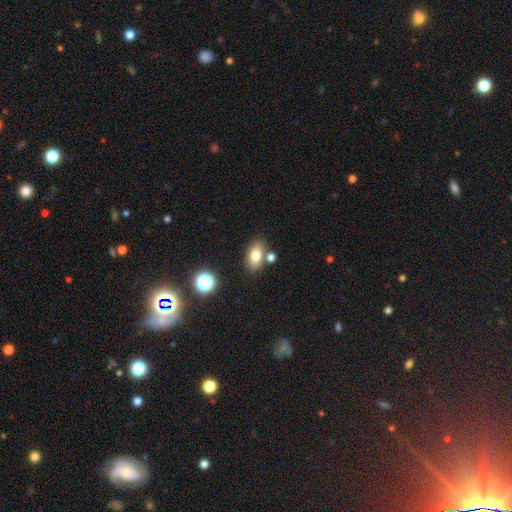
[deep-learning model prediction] Smooth or featured?
  - smooth: 76% *
  - featured or disk: 13%
  - star or artifact: 10%
How rounded?
  - in between: 87% *
  - round: 10%
  - cigar-shaped: 3%
Merging?
  - none: 74% *
  - minor disturbance: 11%
  - merger: 11%
  - major disturbance: 3%